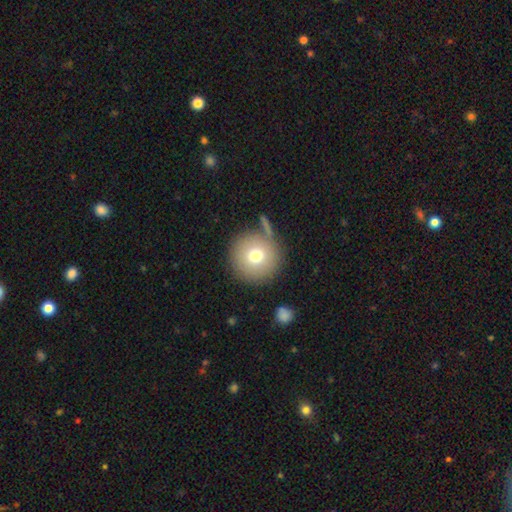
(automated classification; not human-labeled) smooth 75%, featured or disk 15%, star or artifact 10%. Down the decision tree: how rounded — round (96%); merging — none (79%).